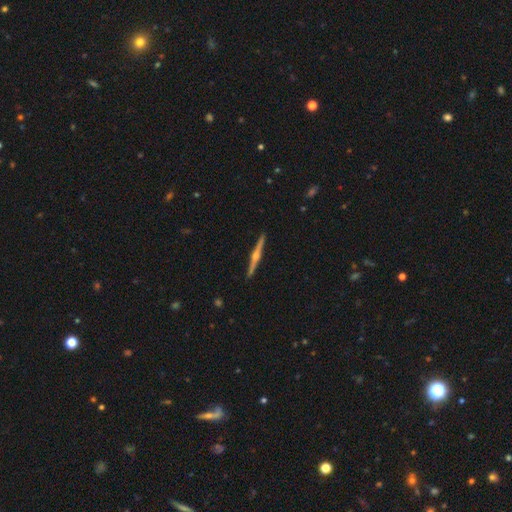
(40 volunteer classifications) smooth-or-featured: featured or disk: 88% | smooth: 10% | star or artifact: 2%
  disk-edge-on: yes: 100% | no: 0%
    edge-on-bulge: rounded: 97% | none: 3% | boxy: 0%
  merging: none: 92% | minor disturbance: 5% | merger: 3% | major disturbance: 0%